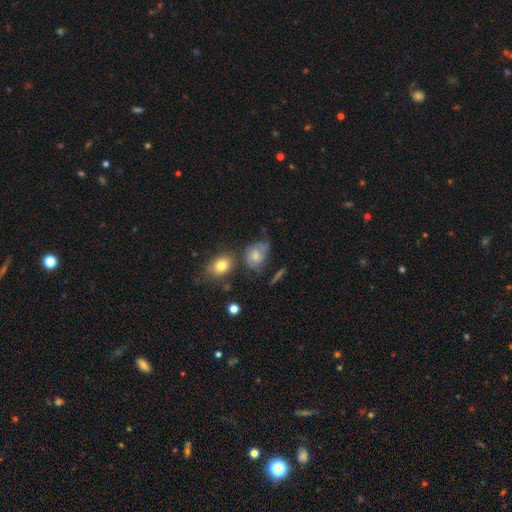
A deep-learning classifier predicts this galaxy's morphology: Q: Smooth or featured?
A: smooth (45%); tied with: featured or disk (45%)
Q: Merging?
A: none (45%); runner-up: minor disturbance (29%)